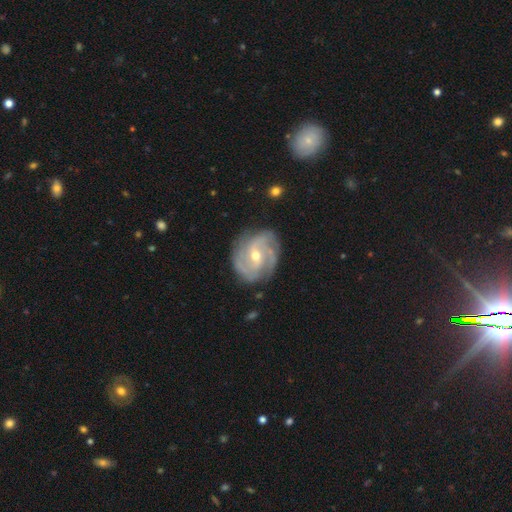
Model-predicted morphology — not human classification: Smooth or featured?
  - featured or disk: 89% *
  - smooth: 6%
  - star or artifact: 5%
Edge-on disk?
  - no: 97% *
  - yes: 3%
Bar?
  - weak: 43% *
  - no: 41%
  - strong: 15%
Spiral arms?
  - yes: 97% *
  - no: 3%
Spiral winding?
  - tight: 50% *
  - medium: 40%
  - loose: 10%
Spiral arm count?
  - 3: 38% *
  - 2: 23%
  - can't tell: 16%
  - 4: 13%
  - more than 4: 5%
  - 1: 5%
Bulge size?
  - moderate: 52% *
  - small: 45%
  - large: 1%
  - none: 1%
  - dominant: 1%
Merging?
  - none: 78% *
  - minor disturbance: 16%
  - major disturbance: 5%
  - merger: 1%